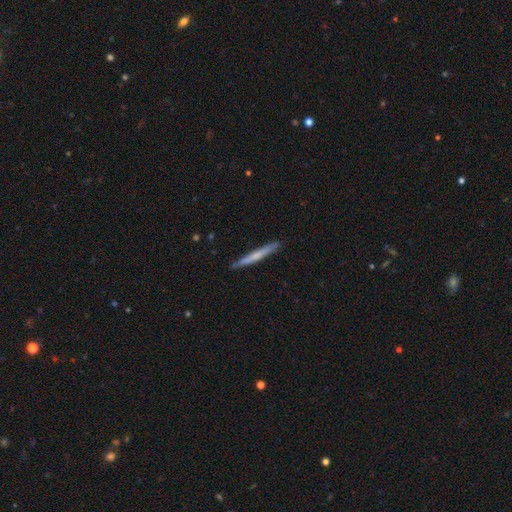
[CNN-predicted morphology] Overall: smooth (50%; featured or disk 45%). Merging: none (90%).